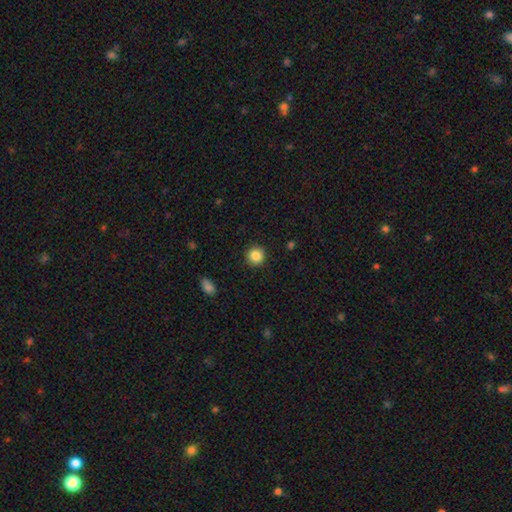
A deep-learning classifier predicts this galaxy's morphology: Smooth or featured? smooth (85%)
How rounded? round (93%)
Merging? none (92%)